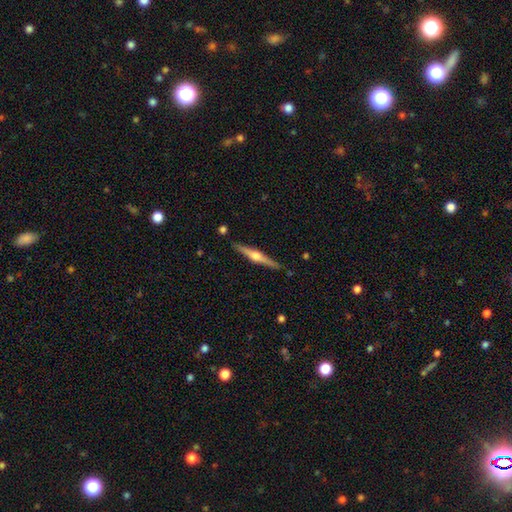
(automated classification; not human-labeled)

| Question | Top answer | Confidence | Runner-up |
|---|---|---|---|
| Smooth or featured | featured or disk | 76% | smooth (18%) |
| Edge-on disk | yes | 98% | no (2%) |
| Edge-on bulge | rounded | 92% | boxy (5%) |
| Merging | none | 89% | minor disturbance (8%) |